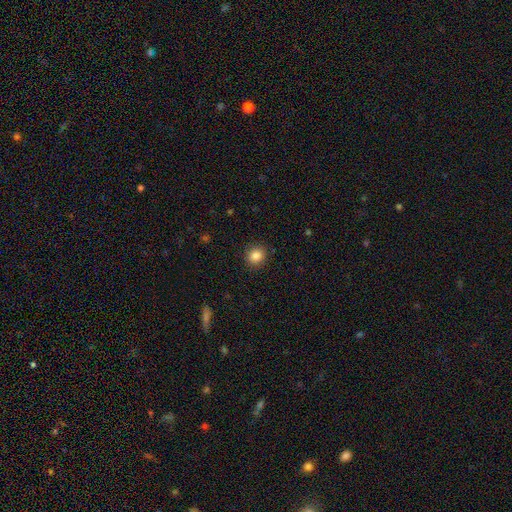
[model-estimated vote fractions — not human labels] This is clearly a smooth galaxy (85%). How rounded: clearly round (82%). Merging: clearly none (90%).